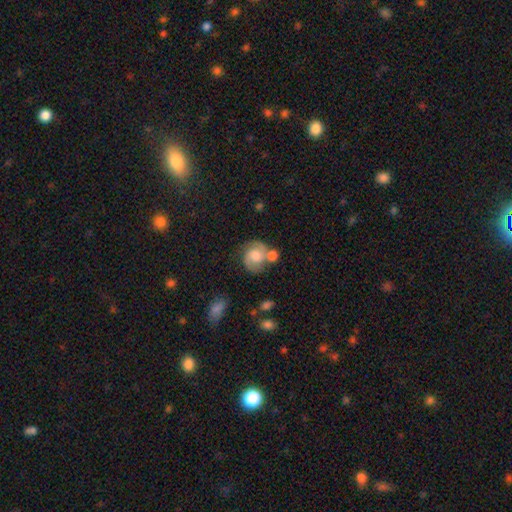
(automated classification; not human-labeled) smooth-or-featured: featured or disk: 64% | smooth: 29% | star or artifact: 7%
  disk-edge-on: no: 98% | yes: 2%
    bar: no: 64% | weak: 31% | strong: 5%
    has-spiral-arms: yes: 91% | no: 9%
      spiral-winding: medium: 48% | tight: 36% | loose: 16%
      spiral-arm-count: 2: 85% | can't tell: 7% | 1: 4% | 3: 2% | 4: 1% | more than 4: 1%
    bulge-size: moderate: 47% | large: 25% | small: 16% | none: 9% | dominant: 3%
  merging: none: 56% | merger: 19% | minor disturbance: 17% | major disturbance: 7%